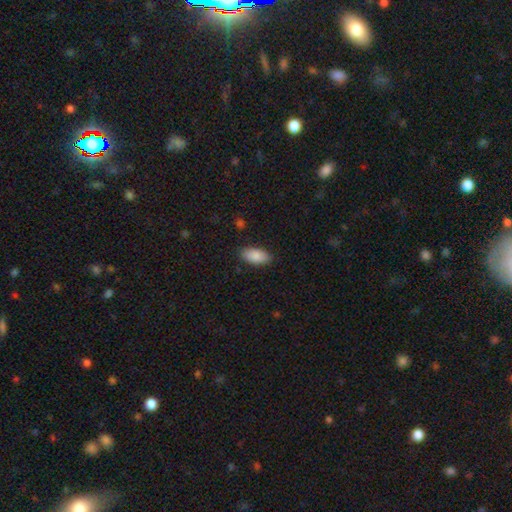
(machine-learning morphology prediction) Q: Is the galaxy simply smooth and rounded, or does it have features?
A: smooth — 88%.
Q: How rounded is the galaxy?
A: in between — 92%.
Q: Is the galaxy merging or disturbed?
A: none — 87%.